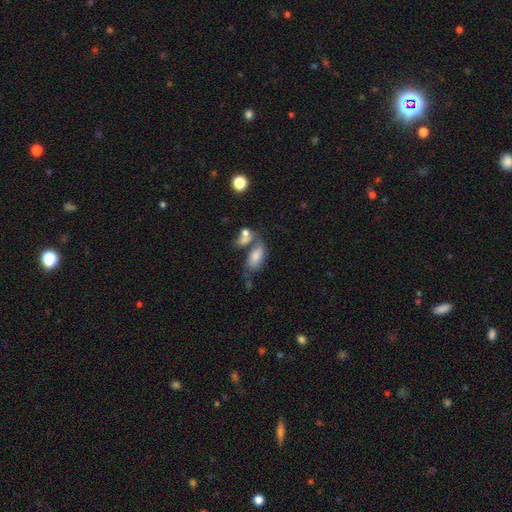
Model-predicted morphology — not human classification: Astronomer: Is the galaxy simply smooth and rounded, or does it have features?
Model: smooth — 69%.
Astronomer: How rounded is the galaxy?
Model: in between — 87%.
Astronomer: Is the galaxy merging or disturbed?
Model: none — 38% (runner-up: merger, 34%).